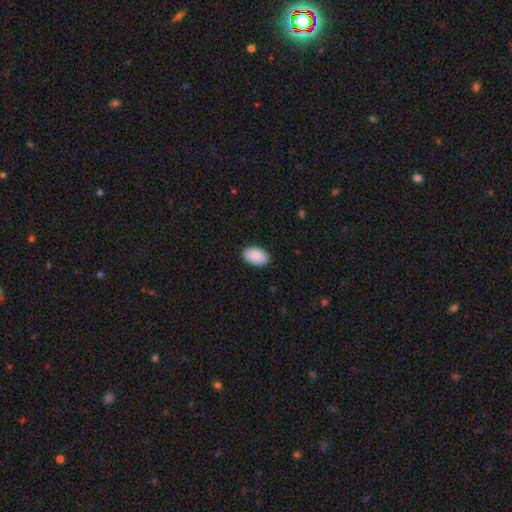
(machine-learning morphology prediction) The model was most divided on "merging": none: 89%, minor disturbance: 8%, major disturbance: 2%, merger: 1%. More confident: how rounded — in between (92%); smooth or featured — smooth (89%).